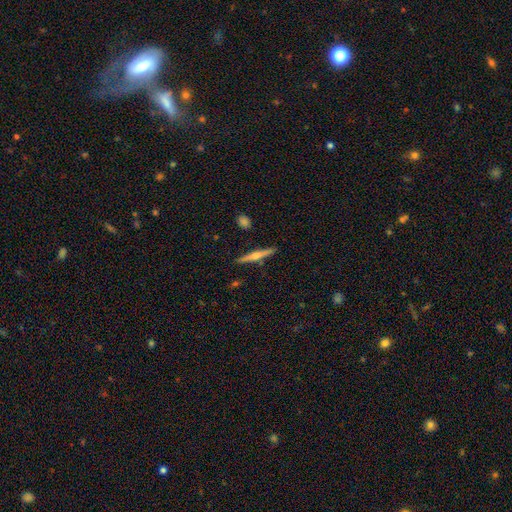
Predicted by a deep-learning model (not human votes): A featured or disk galaxy (61%) viewed edge-on (97%) with a rounded central bulge (86%). Merging: none (90%).